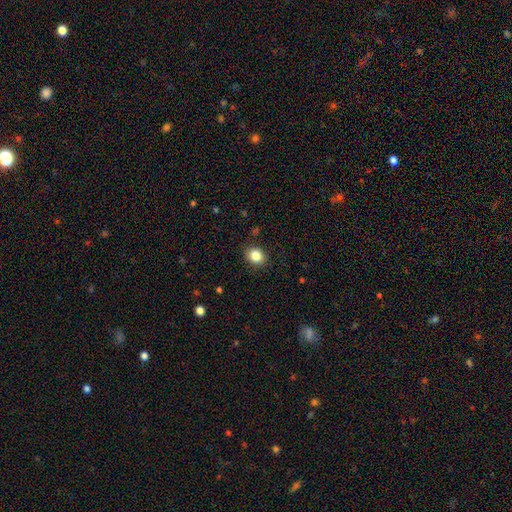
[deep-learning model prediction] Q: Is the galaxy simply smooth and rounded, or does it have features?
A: smooth — 85%.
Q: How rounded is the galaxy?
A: round — 61%.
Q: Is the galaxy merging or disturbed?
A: none — 87%.